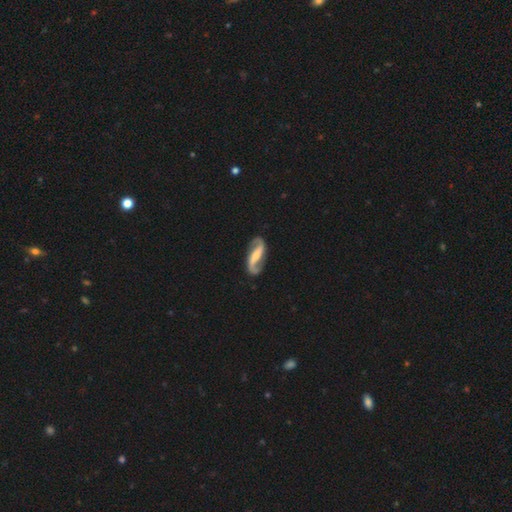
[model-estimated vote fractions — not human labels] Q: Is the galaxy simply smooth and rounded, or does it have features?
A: featured or disk — 89%.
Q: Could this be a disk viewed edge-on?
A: no — 96%.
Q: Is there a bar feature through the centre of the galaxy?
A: strong — 50%.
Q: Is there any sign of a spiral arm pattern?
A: yes — 97%.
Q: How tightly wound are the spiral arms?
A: loose — 51%.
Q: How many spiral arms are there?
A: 2 — 94%.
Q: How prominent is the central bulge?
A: moderate — 38%.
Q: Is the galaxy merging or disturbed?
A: none — 83%.